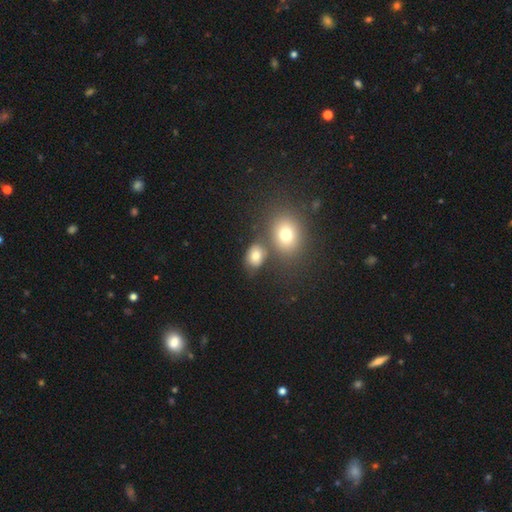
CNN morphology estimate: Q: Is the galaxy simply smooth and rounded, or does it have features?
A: smooth — 76%.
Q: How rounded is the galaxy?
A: in between — 58%.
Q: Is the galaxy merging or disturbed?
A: none — 63%.